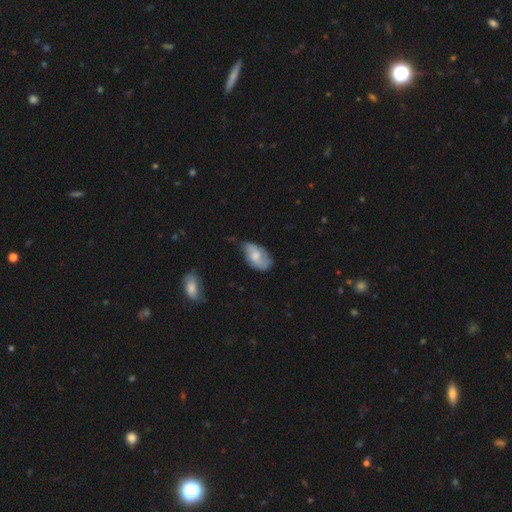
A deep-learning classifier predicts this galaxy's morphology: A smooth galaxy with no disk features (48%).

Vote fractions:
- Smooth or featured? smooth: 48% / featured or disk: 46% / star or artifact: 7%
- Merging? none: 49% / minor disturbance: 37% / major disturbance: 11% / merger: 3%